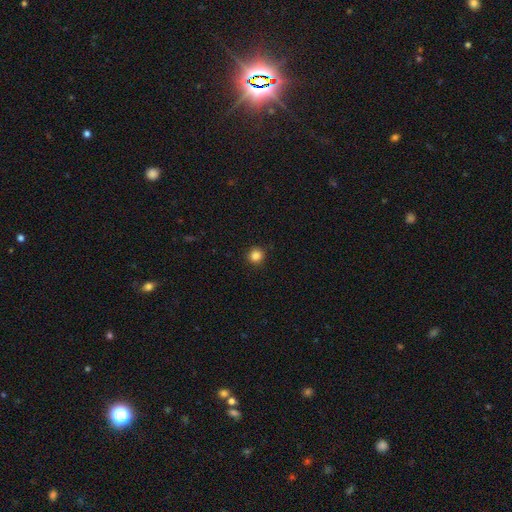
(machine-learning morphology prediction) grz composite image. It shows a smooth galaxy with no disk features (85%) that is round (94%). Merging: none (91%).